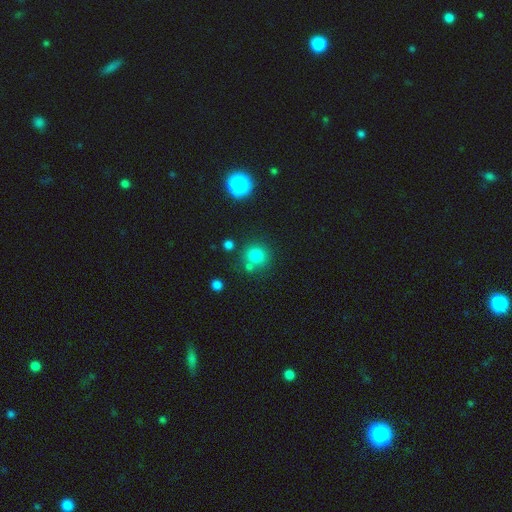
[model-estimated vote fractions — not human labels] Smooth or featured?
  - smooth: 77% *
  - star or artifact: 15%
  - featured or disk: 7%
How rounded?
  - round: 89% *
  - in between: 10%
  - cigar-shaped: 1%
Merging?
  - none: 70% *
  - merger: 17%
  - minor disturbance: 10%
  - major disturbance: 4%